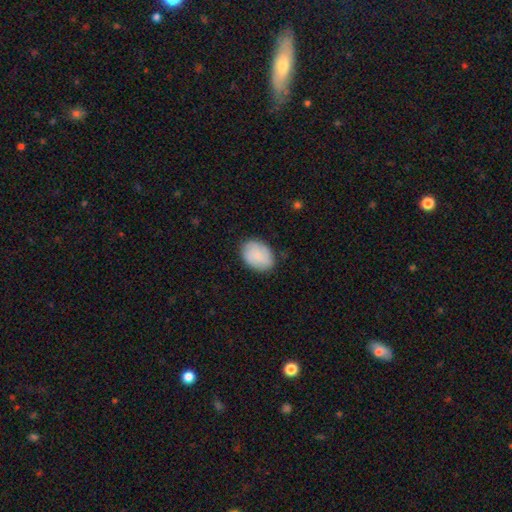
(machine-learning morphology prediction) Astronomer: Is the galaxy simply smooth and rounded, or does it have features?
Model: smooth — 83%.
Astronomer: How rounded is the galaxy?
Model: in between — 77%.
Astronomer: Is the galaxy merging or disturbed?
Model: none — 82%.